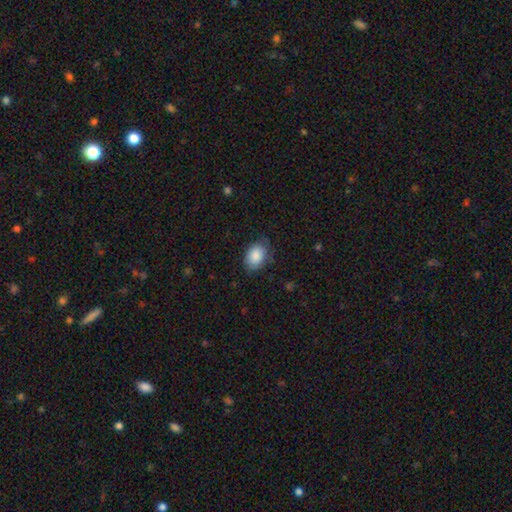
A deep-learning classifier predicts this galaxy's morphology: Smooth or featured: smooth — 86% (featured or disk — 7%)
How rounded: in between — 76% (round — 23%)
Merging: none — 71% (minor disturbance — 23%)